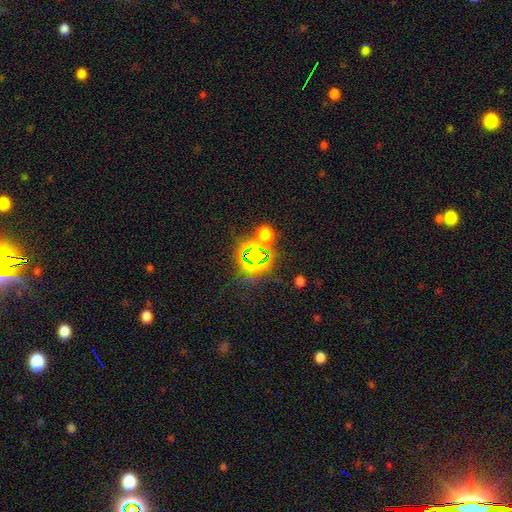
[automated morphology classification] Smooth or featured? star or artifact (60%)